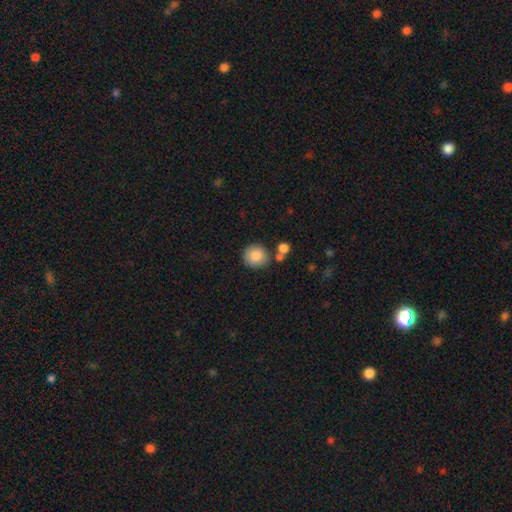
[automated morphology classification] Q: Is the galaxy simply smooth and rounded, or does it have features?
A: smooth — 83%.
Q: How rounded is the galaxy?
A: round — 91%.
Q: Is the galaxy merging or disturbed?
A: none — 76%.